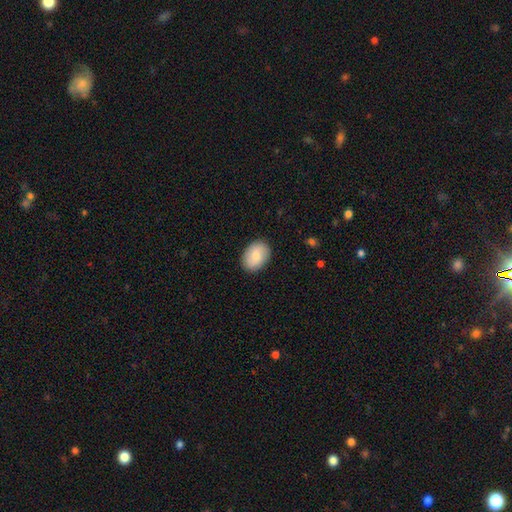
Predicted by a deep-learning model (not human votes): smooth-or-featured: smooth: 75% | featured or disk: 19% | star or artifact: 6%
  how-rounded: in between: 80% | round: 19% | cigar-shaped: 1%
  merging: none: 88% | minor disturbance: 9% | major disturbance: 2% | merger: 1%